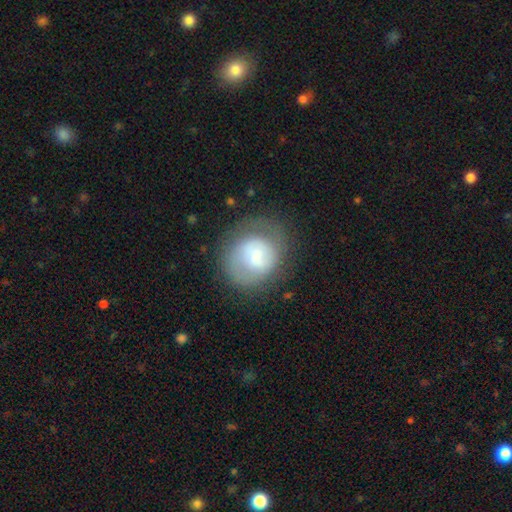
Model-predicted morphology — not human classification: smooth_or_featured: smooth (p=0.53) [alt: featured or disk p=0.40]
how_rounded: round (p=0.74) [alt: in between p=0.25]
merging: none (p=0.58) [alt: minor disturbance p=0.22]